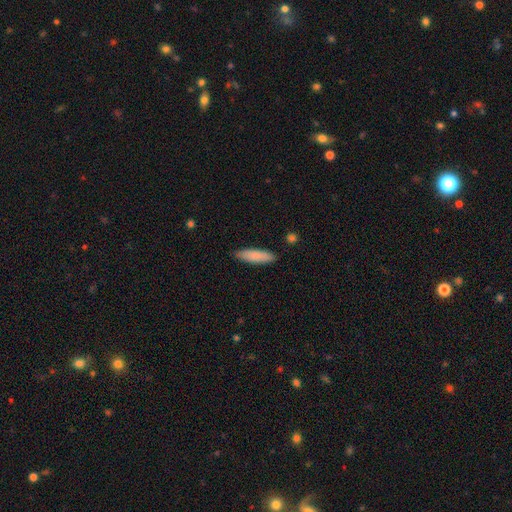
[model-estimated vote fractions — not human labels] Smooth or featured?
  - smooth: 85% *
  - featured or disk: 10%
  - star or artifact: 6%
How rounded?
  - cigar-shaped: 65% *
  - in between: 34%
  - round: 1%
Merging?
  - none: 87% *
  - minor disturbance: 10%
  - major disturbance: 2%
  - merger: 1%